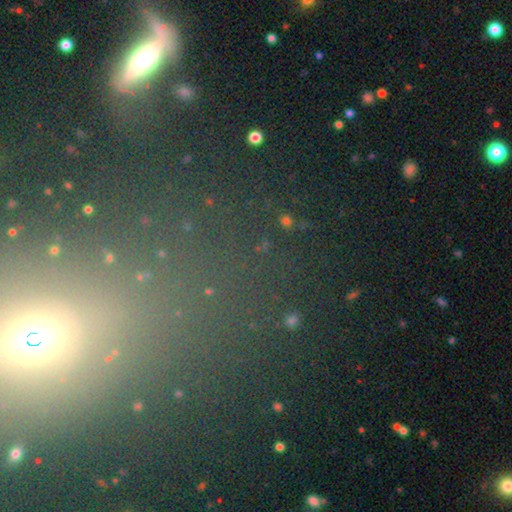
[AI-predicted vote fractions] The model was most divided on "smooth or featured": star or artifact: 62%, smooth: 24%, featured or disk: 14%.